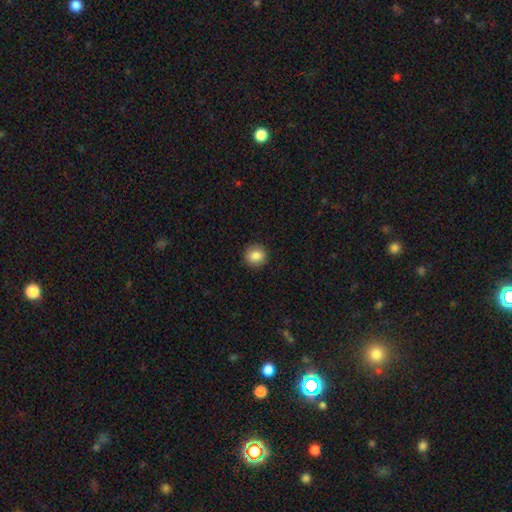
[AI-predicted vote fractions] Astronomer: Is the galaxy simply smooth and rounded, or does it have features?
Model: smooth — 86%.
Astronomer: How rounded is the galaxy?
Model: round — 88%.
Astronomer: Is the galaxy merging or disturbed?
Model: none — 91%.